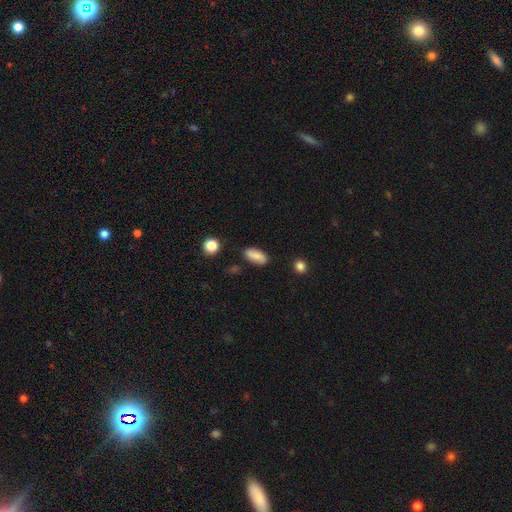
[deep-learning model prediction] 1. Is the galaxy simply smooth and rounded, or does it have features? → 77% smooth, 15% featured or disk, 8% star or artifact.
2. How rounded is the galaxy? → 84% in between, 12% cigar-shaped, 4% round.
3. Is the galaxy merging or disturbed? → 80% none, 14% minor disturbance, 3% major disturbance, 3% merger.